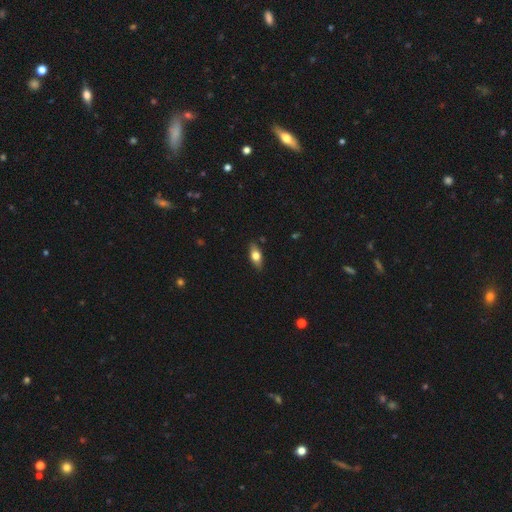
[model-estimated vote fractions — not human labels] Smooth or featured? Predicted: smooth (p=0.65). How rounded? Predicted: in between (p=0.79). Merging? Predicted: none (p=0.85).